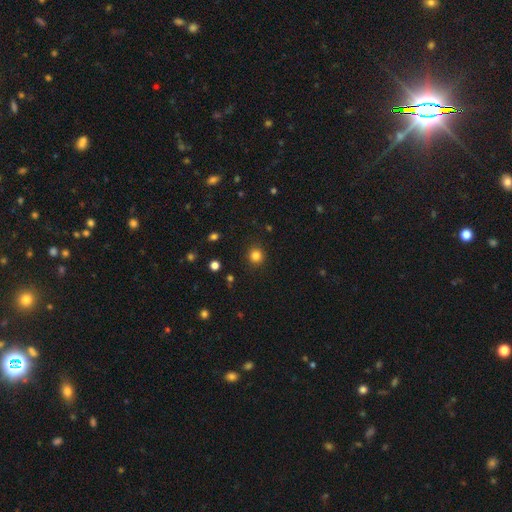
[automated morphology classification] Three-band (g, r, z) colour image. It shows a smooth galaxy with no disk features (83%) that is round (93%). Merging: none (90%).